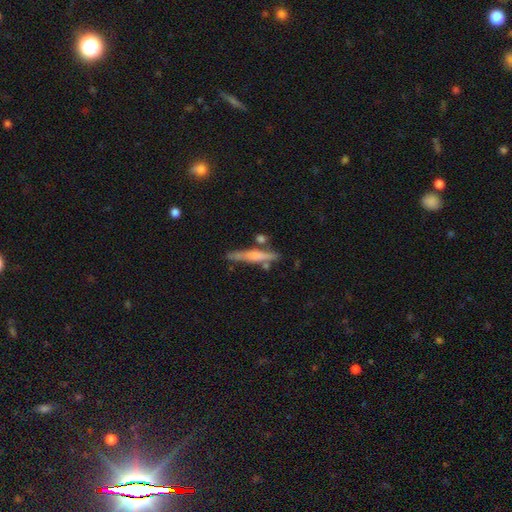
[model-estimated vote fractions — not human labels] Smooth or featured? Predicted: smooth (p=0.51). How rounded? Predicted: cigar-shaped (p=0.91). Merging? Predicted: none (p=0.74).